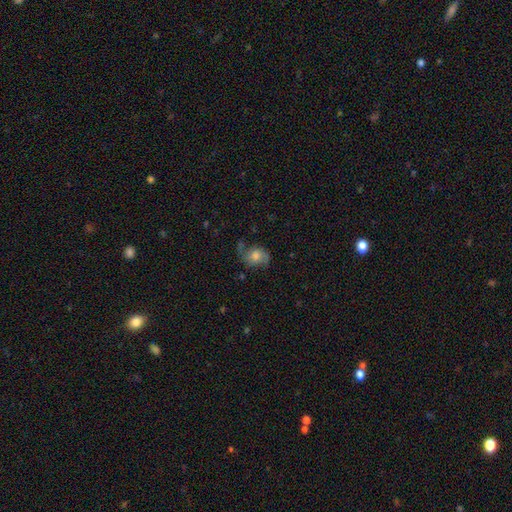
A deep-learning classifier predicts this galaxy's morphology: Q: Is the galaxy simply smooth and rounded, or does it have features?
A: featured or disk — 67%.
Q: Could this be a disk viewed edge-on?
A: no — 97%.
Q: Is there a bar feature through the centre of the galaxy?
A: no — 68%.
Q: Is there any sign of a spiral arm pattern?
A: yes — 92%.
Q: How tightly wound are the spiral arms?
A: medium — 44%.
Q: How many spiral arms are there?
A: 2 — 88%.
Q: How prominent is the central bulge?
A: moderate — 51%.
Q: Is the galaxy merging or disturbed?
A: none — 69%.